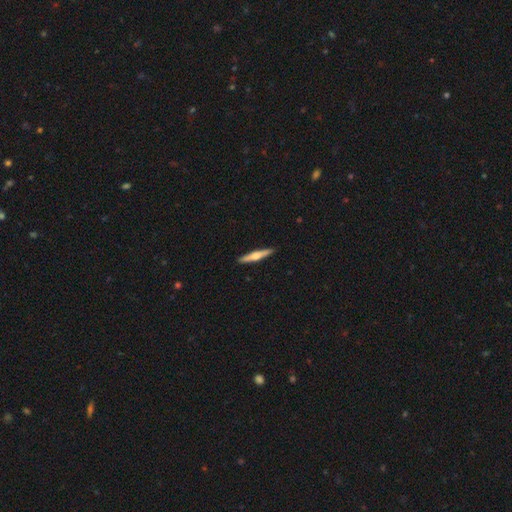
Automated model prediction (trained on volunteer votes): Overall: featured or disk (57%; smooth 38%). Edge-on disk: yes (97%). Edge-on bulge: rounded (87%). Merging: none (92%).